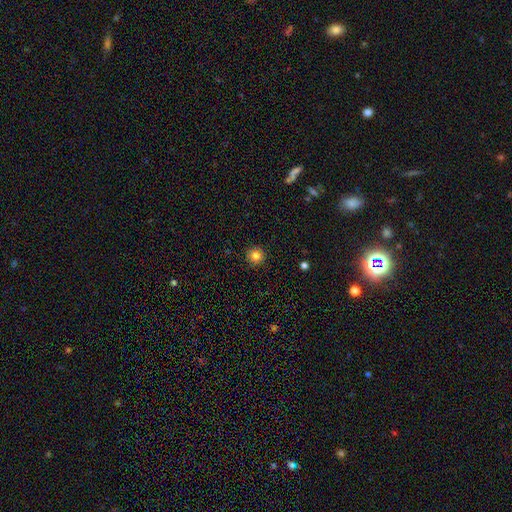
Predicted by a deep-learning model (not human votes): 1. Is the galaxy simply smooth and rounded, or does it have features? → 83% smooth, 12% star or artifact, 5% featured or disk.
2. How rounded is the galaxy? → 95% round, 4% in between, 1% cigar-shaped.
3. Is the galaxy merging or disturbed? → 92% none, 5% minor disturbance, 2% major disturbance, 1% merger.